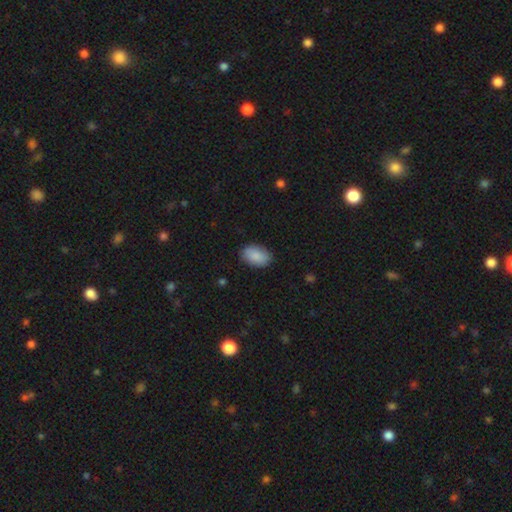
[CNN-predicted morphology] smooth-or-featured: smooth: 89% | star or artifact: 6% | featured or disk: 5%
  how-rounded: in between: 92% | round: 7% | cigar-shaped: 1%
  merging: none: 86% | minor disturbance: 10% | major disturbance: 2% | merger: 1%